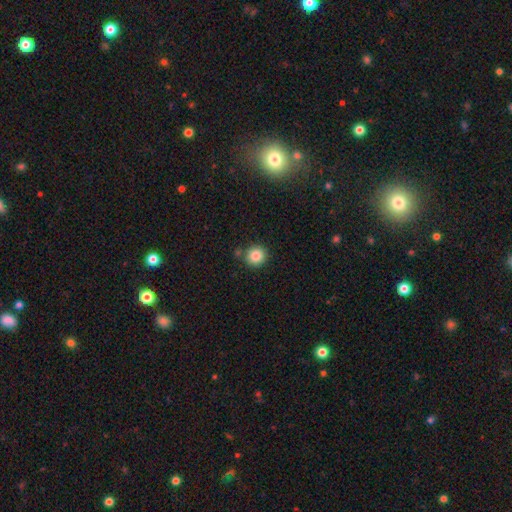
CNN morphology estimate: Overall: smooth (84%). How rounded: round (91%). Merging: none (80%).